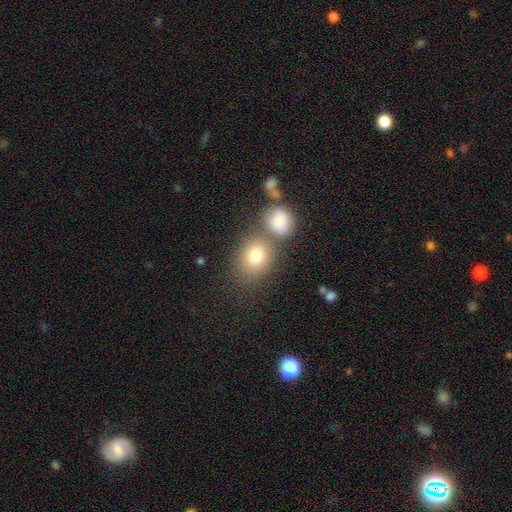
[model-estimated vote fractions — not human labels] Smooth or featured? Predicted: smooth (p=0.78). How rounded? Predicted: round (p=0.58). Merging? Predicted: none (p=0.56).